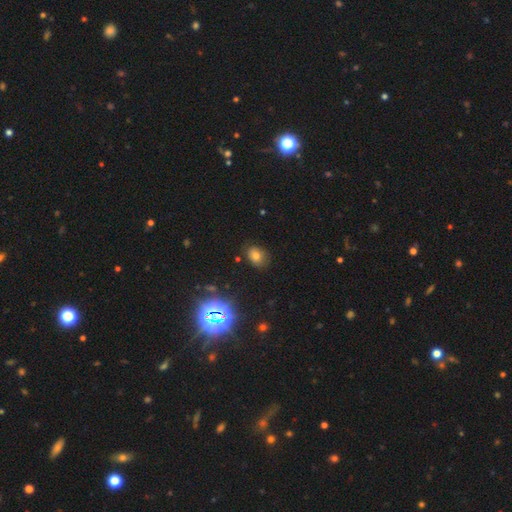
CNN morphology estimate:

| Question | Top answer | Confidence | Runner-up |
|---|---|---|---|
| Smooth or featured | smooth | 68% | star or artifact (22%) |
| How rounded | in between | 65% | round (34%) |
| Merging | none | 79% | minor disturbance (15%) |